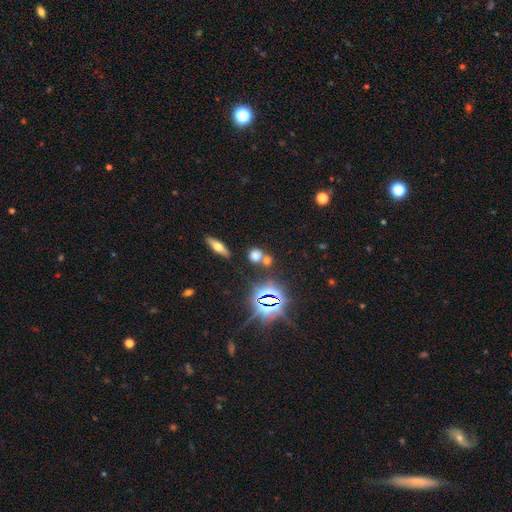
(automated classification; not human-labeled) The model was most divided on "smooth or featured": smooth: 56%, star or artifact: 34%, featured or disk: 11%. More confident: how rounded — round (72%); merging — none (61%).